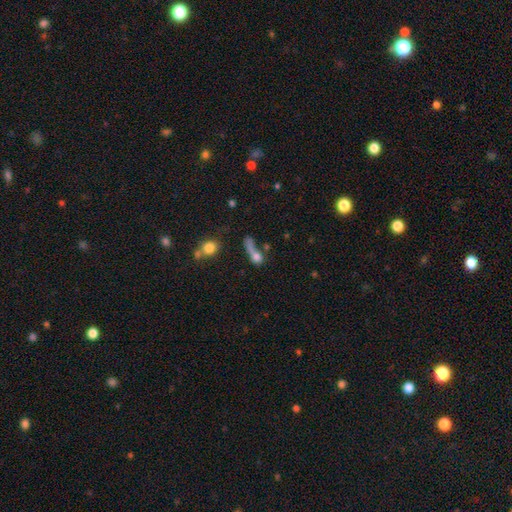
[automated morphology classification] A smooth galaxy with no disk features (65%) that is in between round and cigar-shaped (38%). Merging: merger (31%).